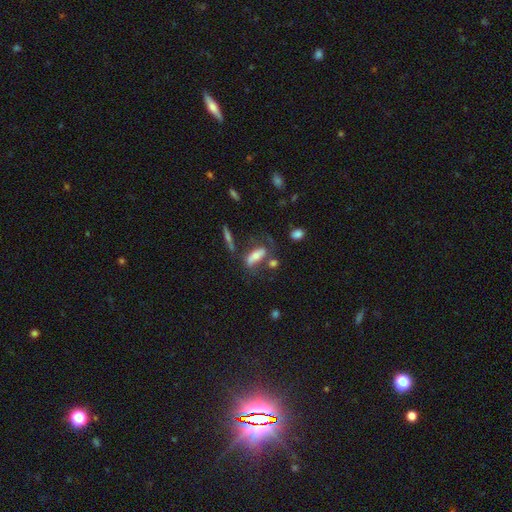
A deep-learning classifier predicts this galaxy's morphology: A smooth galaxy with no disk features (53%) that is in between round and cigar-shaped (72%).

Vote fractions:
- Smooth or featured? smooth: 53% / featured or disk: 38% / star or artifact: 9%
- How rounded? in between: 72% / cigar-shaped: 24% / round: 4%
- Merging? none: 41% / major disturbance: 23% / minor disturbance: 20% / merger: 16%